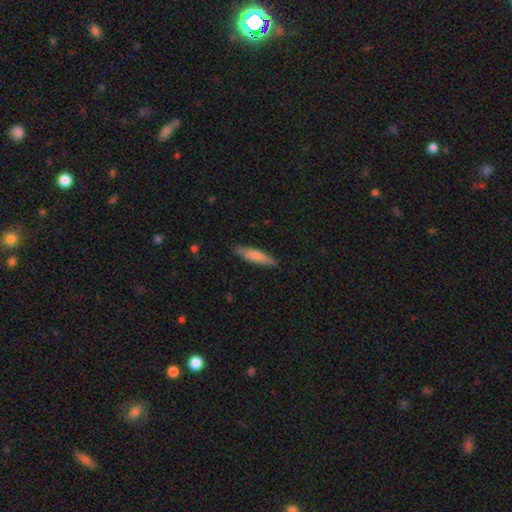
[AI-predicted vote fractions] smooth_or_featured: smooth (p=0.77) [alt: featured or disk p=0.17]
how_rounded: cigar-shaped (p=0.75) [alt: in between p=0.23]
merging: none (p=0.85) [alt: minor disturbance p=0.12]